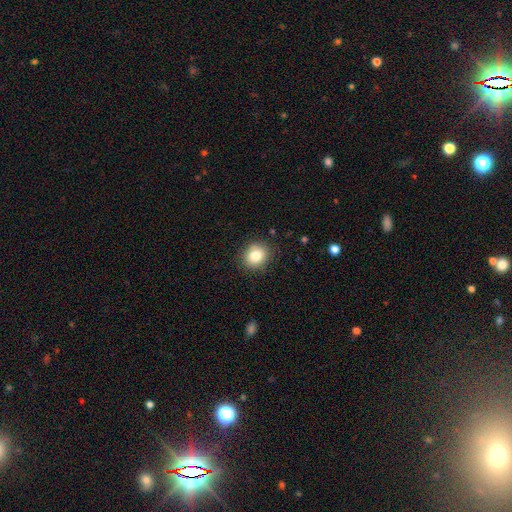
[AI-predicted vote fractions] smooth 82%, star or artifact 10%, featured or disk 8%. Down the decision tree: how rounded — round (70%); merging — none (87%).